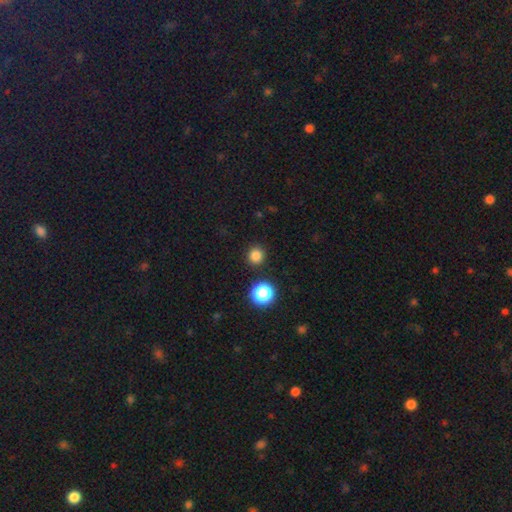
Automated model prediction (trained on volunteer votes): Morphology: type=smooth (81%); roundness=round (93%); merging=none (91%).